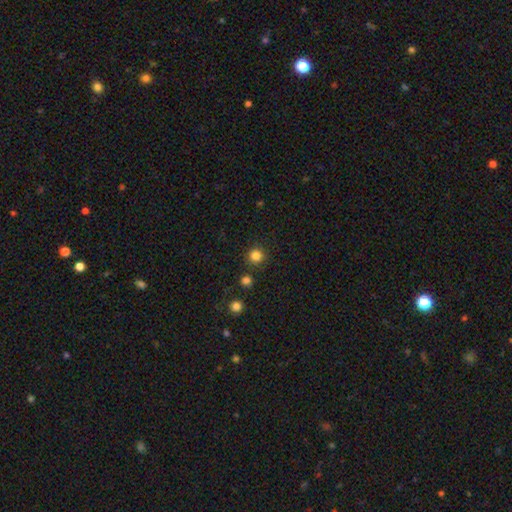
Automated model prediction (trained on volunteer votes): The model was most divided on "smooth or featured": smooth: 83%, star or artifact: 13%, featured or disk: 4%. More confident: how rounded — round (94%); merging — none (87%).